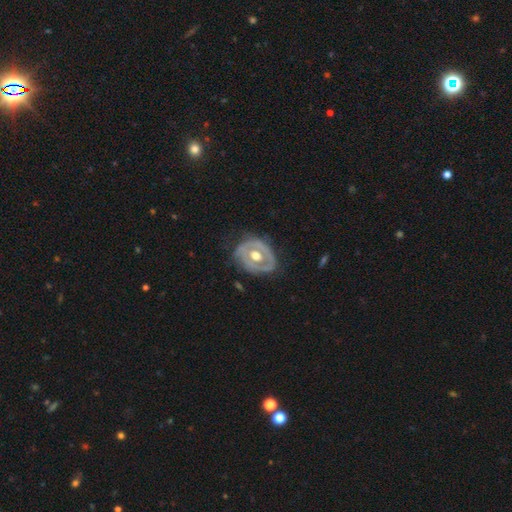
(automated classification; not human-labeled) Smooth or featured? Predicted: featured or disk (p=0.68). Edge-on disk? Predicted: no (p=0.95). Bar? Predicted: no (p=0.75). Spiral arms? Predicted: no (p=0.71). Bulge size? Predicted: moderate (p=0.74). Merging? Predicted: none (p=0.65).